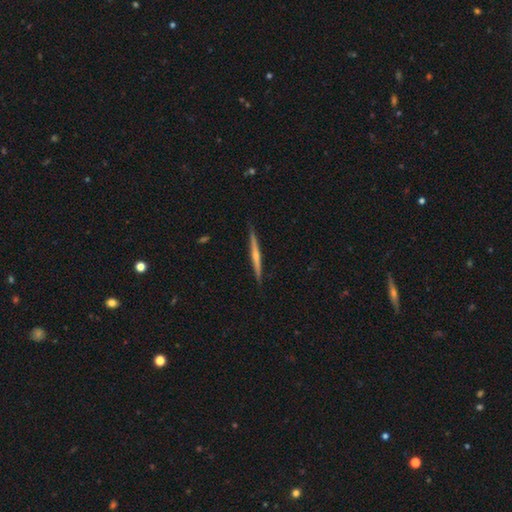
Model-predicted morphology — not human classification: A featured or disk galaxy (70%) viewed edge-on (97%) with a rounded central bulge (72%). Merging: none (89%).